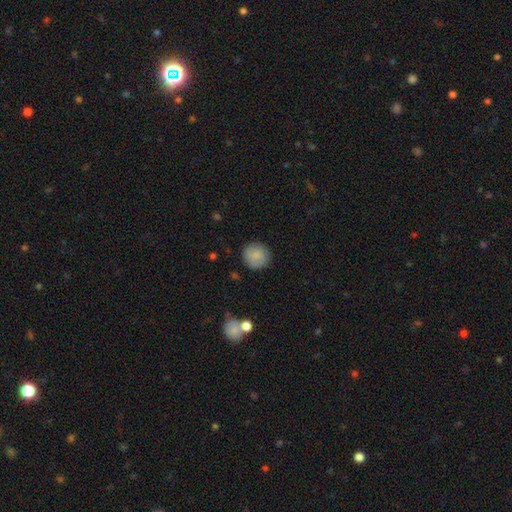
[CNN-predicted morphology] A smooth galaxy with no disk features (84%) that is round (94%). Merging: none (87%).